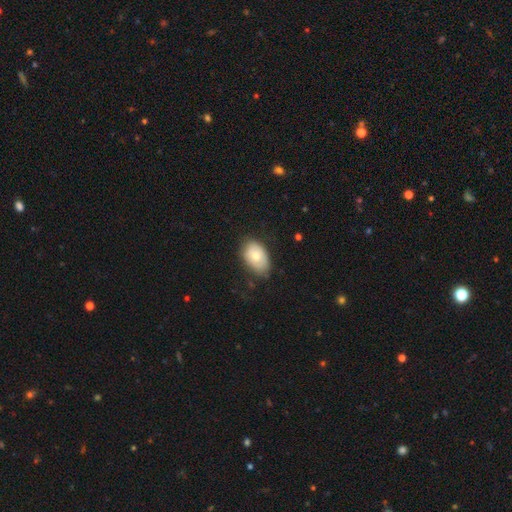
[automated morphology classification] This appears to be a smooth galaxy with no disk features (69%) that is in between round and cigar-shaped (89%). Merging: none (74%).